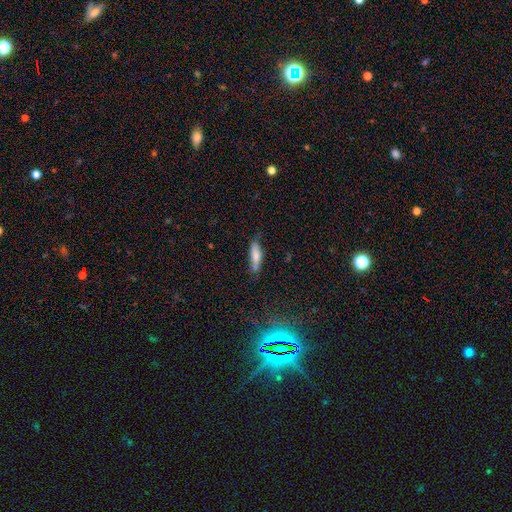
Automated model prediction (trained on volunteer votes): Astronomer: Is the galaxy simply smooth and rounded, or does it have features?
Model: smooth — 71%.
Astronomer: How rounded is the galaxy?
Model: cigar-shaped — 63%.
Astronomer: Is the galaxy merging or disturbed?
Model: none — 66%.